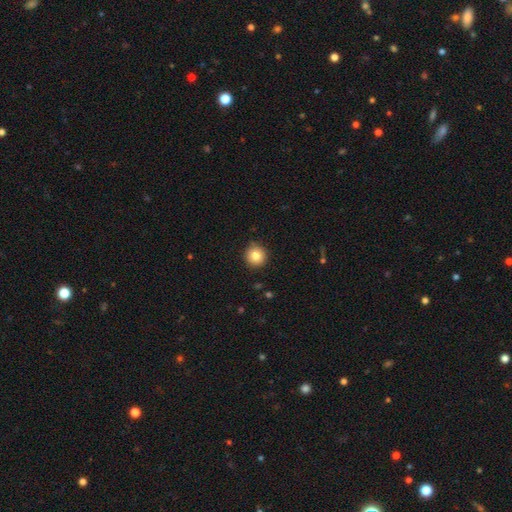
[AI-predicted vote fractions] Smooth or featured? Predicted: smooth (p=0.83). How rounded? Predicted: round (p=0.94). Merging? Predicted: none (p=0.89).